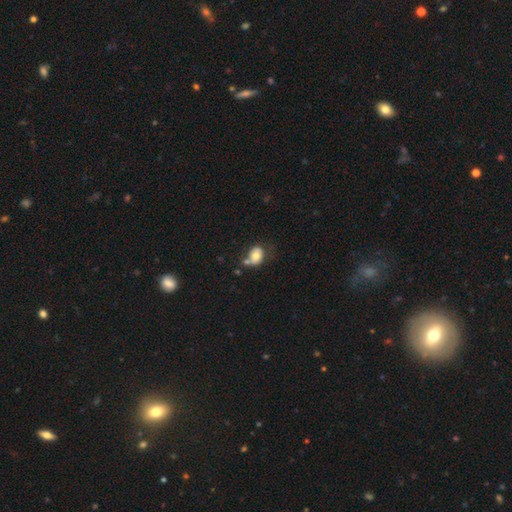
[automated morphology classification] type=smooth (68%); roundness=in between (62%); merging=none (39%).